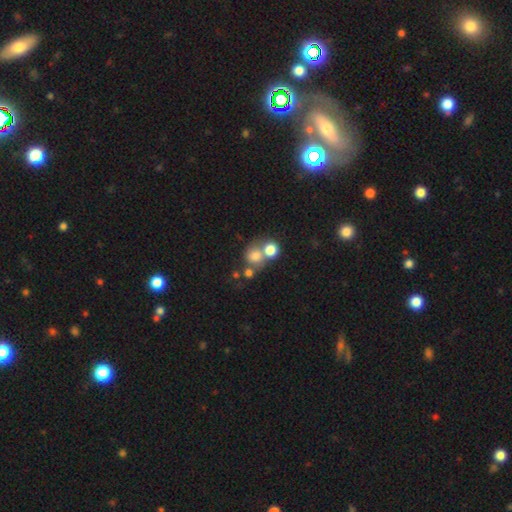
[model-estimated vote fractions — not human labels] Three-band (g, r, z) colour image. It shows a smooth galaxy with no disk features (73%) that is round (81%). Merging: merger (44%).